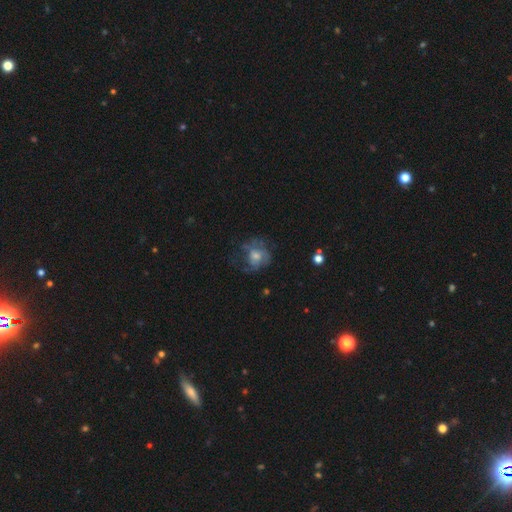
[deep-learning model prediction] featured or disk 54%, smooth 33%, star or artifact 13%. Down the decision tree: edge-on disk — no (97%); bar — no (79%); spiral arms — yes (62%); bulge size — moderate (52%); merging — none (52%).